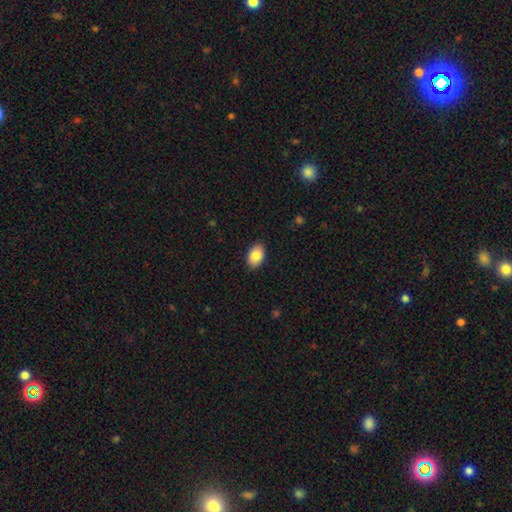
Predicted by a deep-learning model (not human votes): This appears to be a smooth galaxy with no disk features (86%) that is in between round and cigar-shaped (88%). Merging: none (88%).